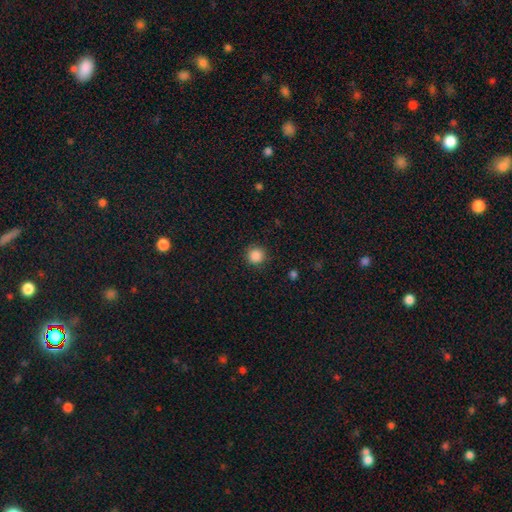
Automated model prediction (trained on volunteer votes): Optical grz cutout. It shows a smooth galaxy with no disk features (86%) that is round (94%). Merging: none (89%).